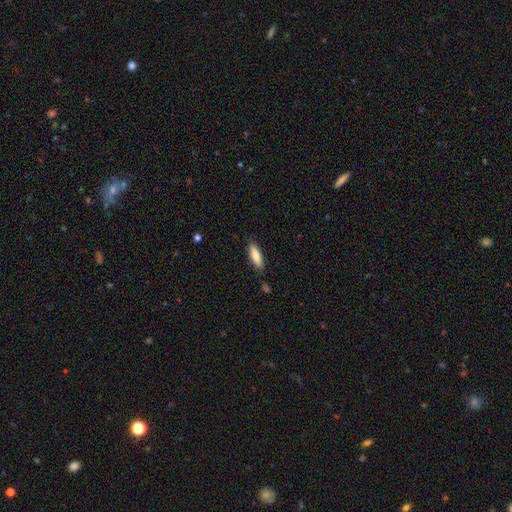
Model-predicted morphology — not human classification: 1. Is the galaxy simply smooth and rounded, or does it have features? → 81% smooth, 14% featured or disk, 6% star or artifact.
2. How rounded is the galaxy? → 57% cigar-shaped, 41% in between, 2% round.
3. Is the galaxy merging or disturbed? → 85% none, 11% minor disturbance, 2% major disturbance, 2% merger.